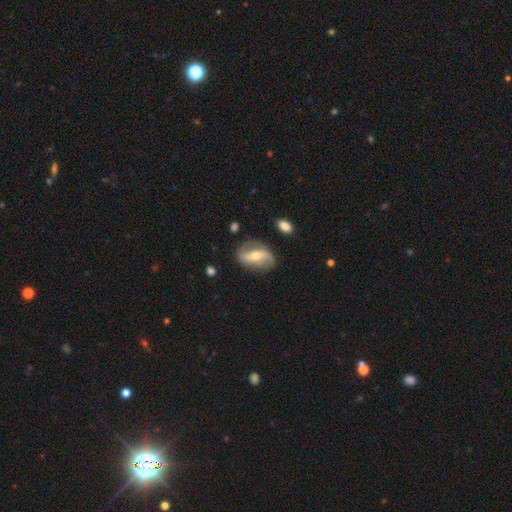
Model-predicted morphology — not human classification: Smooth or featured? Predicted: featured or disk (p=0.75). Edge-on disk? Predicted: no (p=0.92). Bar? Predicted: strong (p=0.48). Spiral arms? Predicted: yes (p=0.85). Spiral winding? Predicted: loose (p=0.60). Spiral arm count? Predicted: 2 (p=0.88). Bulge size? Predicted: moderate (p=0.52). Merging? Predicted: none (p=0.75).